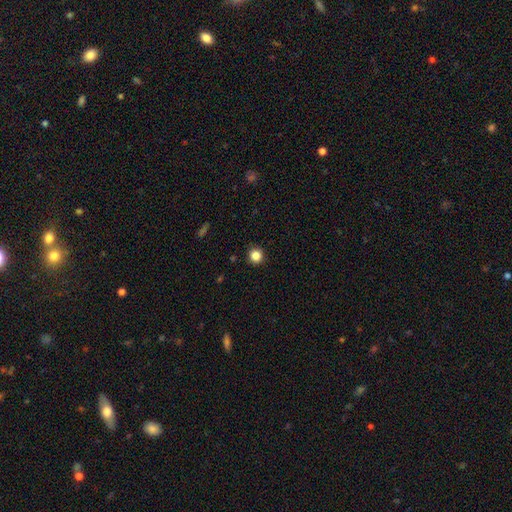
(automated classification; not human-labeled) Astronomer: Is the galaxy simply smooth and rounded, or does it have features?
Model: smooth — 85%.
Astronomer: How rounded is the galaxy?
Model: round — 94%.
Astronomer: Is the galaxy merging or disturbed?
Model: none — 92%.